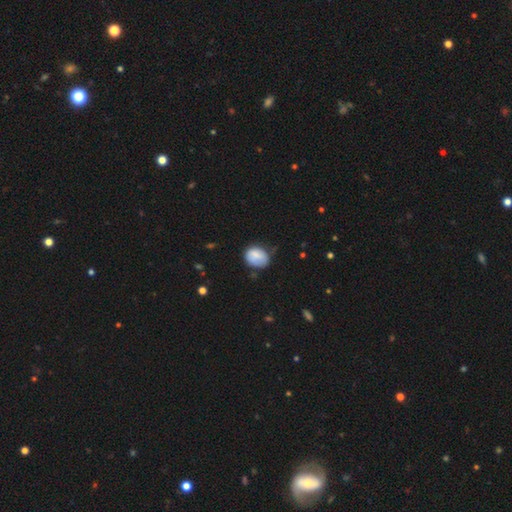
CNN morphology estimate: smooth-or-featured: smooth: 81% | featured or disk: 12% | star or artifact: 8%
  how-rounded: round: 51% | in between: 48% | cigar-shaped: 1%
  merging: none: 57% | minor disturbance: 33% | major disturbance: 8% | merger: 2%